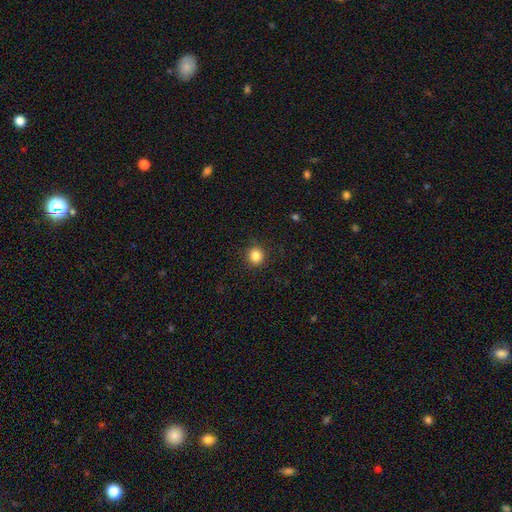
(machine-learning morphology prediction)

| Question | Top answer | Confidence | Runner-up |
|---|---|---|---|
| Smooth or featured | smooth | 84% | star or artifact (11%) |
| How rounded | round | 90% | in between (9%) |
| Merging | none | 90% | minor disturbance (7%) |